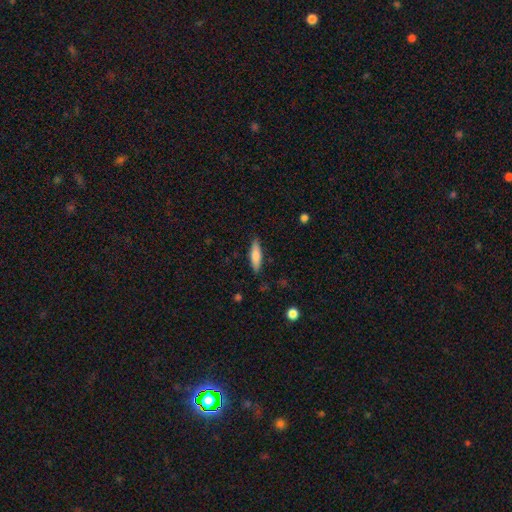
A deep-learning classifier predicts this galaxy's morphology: Q: Smooth or featured?
A: smooth (75%); runner-up: featured or disk (19%)
Q: How rounded?
A: cigar-shaped (64%); runner-up: in between (34%)
Q: Merging?
A: none (86%); runner-up: minor disturbance (10%)